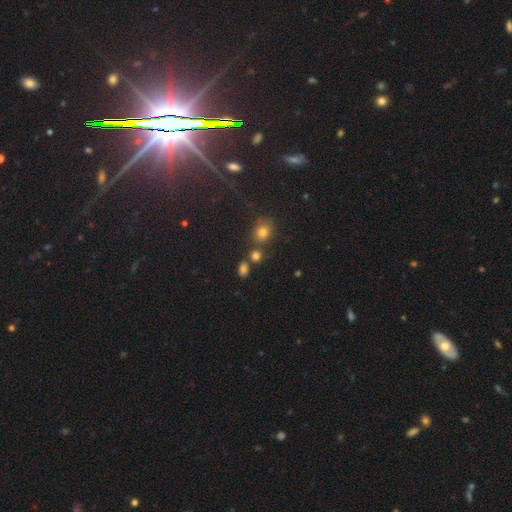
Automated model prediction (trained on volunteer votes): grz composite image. It shows a smooth galaxy with no disk features (59%) that is round (69%). Merging: none (70%).